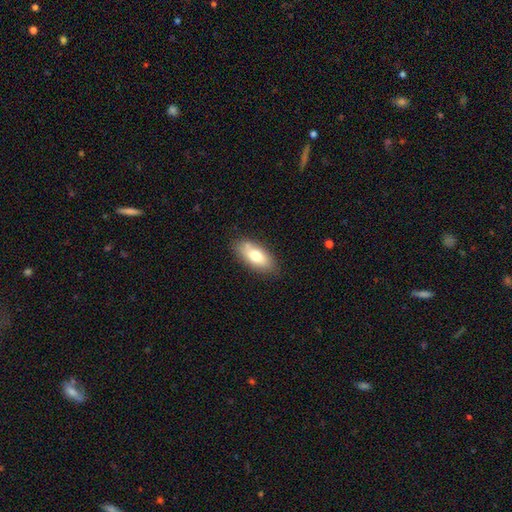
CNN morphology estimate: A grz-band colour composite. It shows a smooth galaxy with no disk features (72%) that is in between round and cigar-shaped (87%). Merging: none (79%).